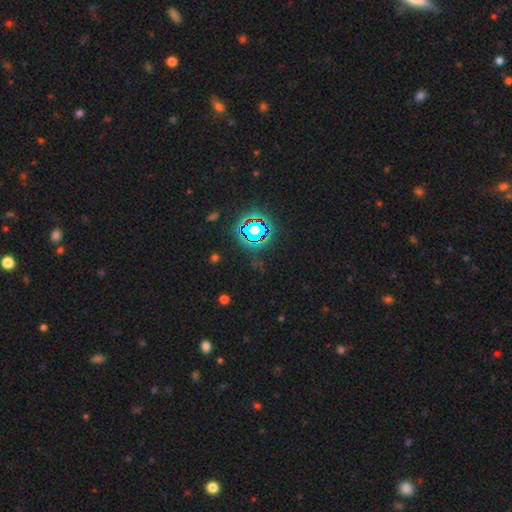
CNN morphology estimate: Overall: star or artifact (81%).